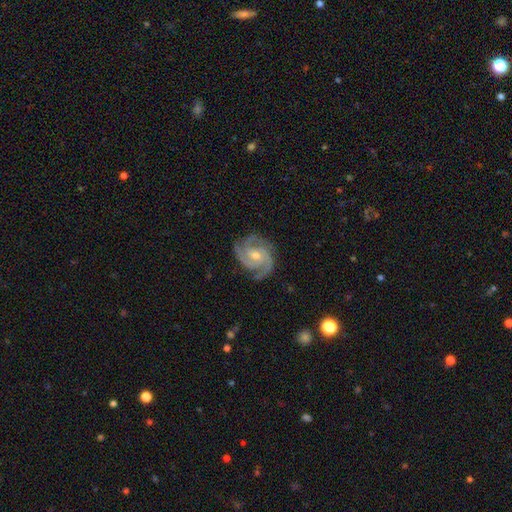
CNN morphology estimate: smooth-or-featured: featured or disk: 93% | star or artifact: 4% | smooth: 3%
  disk-edge-on: no: 98% | yes: 2%
    bar: no: 60% | weak: 30% | strong: 10%
    has-spiral-arms: yes: 99% | no: 1%
      spiral-winding: tight: 59% | medium: 37% | loose: 4%
      spiral-arm-count: 3: 59% | 2: 21% | 4: 8% | can't tell: 5% | more than 4: 4% | 1: 4%
    bulge-size: small: 53% | moderate: 44% | none: 1% | large: 1% | dominant: 1%
  merging: none: 80% | minor disturbance: 15% | major disturbance: 4% | merger: 1%